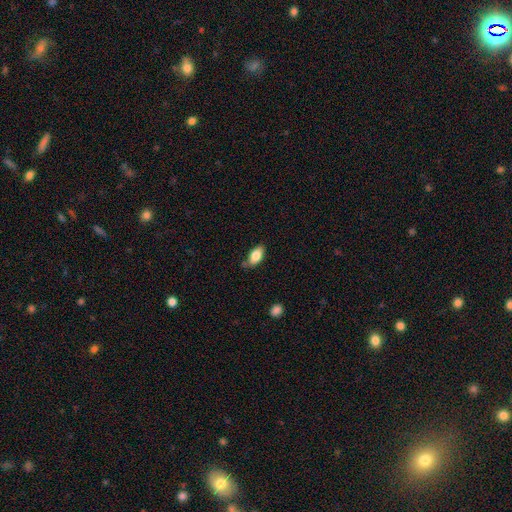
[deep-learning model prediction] smooth-or-featured: smooth: 80% | featured or disk: 14% | star or artifact: 7%
  how-rounded: in between: 90% | cigar-shaped: 6% | round: 4%
  merging: none: 69% | minor disturbance: 23% | major disturbance: 4% | merger: 4%